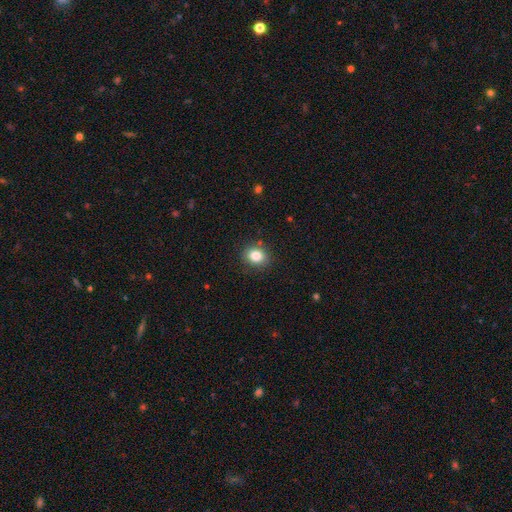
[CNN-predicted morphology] smooth 84%, star or artifact 10%, featured or disk 6%. Down the decision tree: how rounded — round (59%); merging — none (86%).